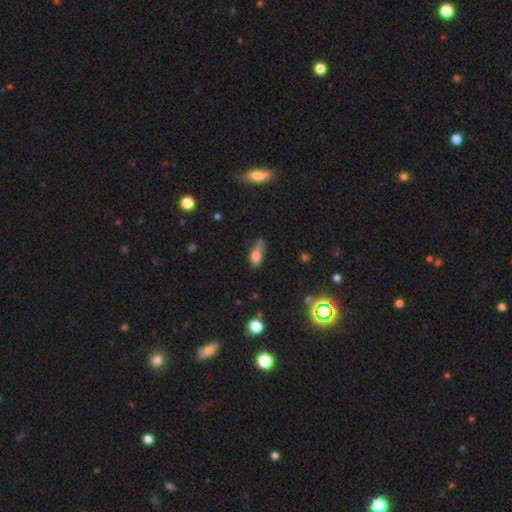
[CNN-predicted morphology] smooth 75%, featured or disk 13%, star or artifact 12%. Down the decision tree: how rounded — in between (76%); merging — minor disturbance (39%).